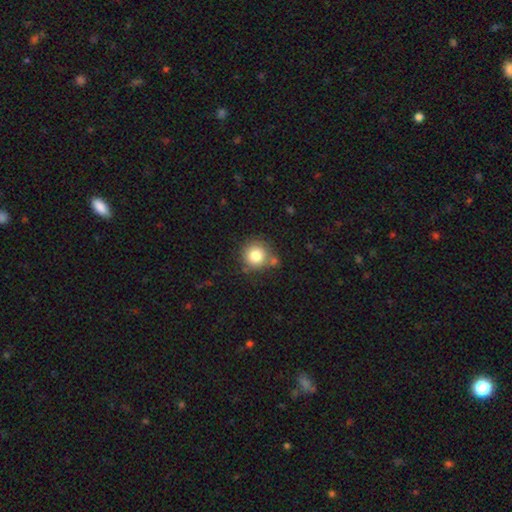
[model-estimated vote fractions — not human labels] smooth 80%, star or artifact 11%, featured or disk 9%. Down the decision tree: how rounded — round (93%); merging — none (72%).